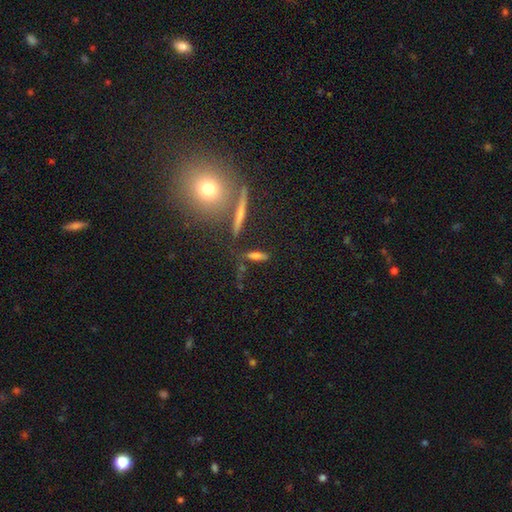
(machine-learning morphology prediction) type=smooth (65%); roundness=cigar-shaped (66%); merging=none (69%).